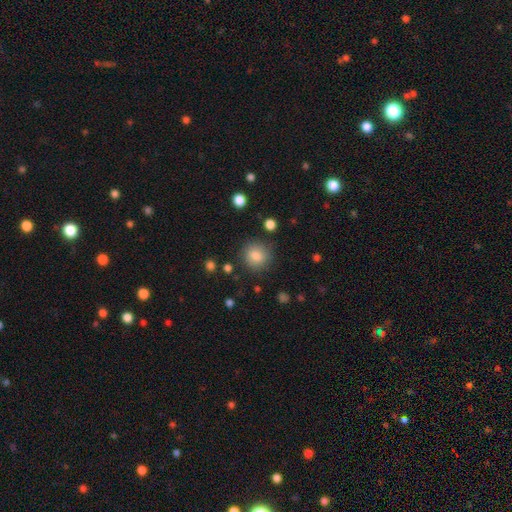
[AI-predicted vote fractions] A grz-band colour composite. It shows a smooth galaxy with no disk features (84%) that is round (87%). Merging: none (85%).